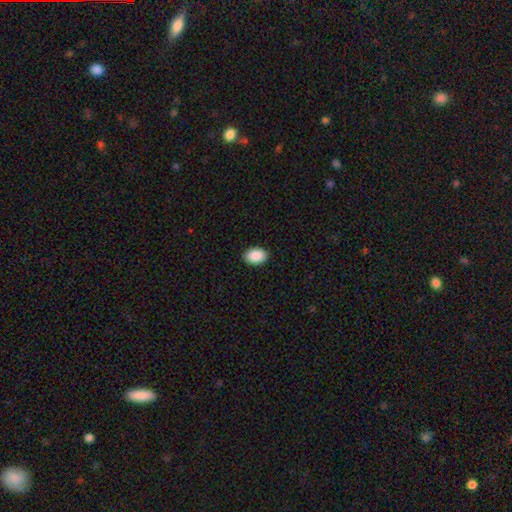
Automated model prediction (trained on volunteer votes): smooth 91%, star or artifact 7%, featured or disk 3%. Down the decision tree: how rounded — in between (82%); merging — none (91%).